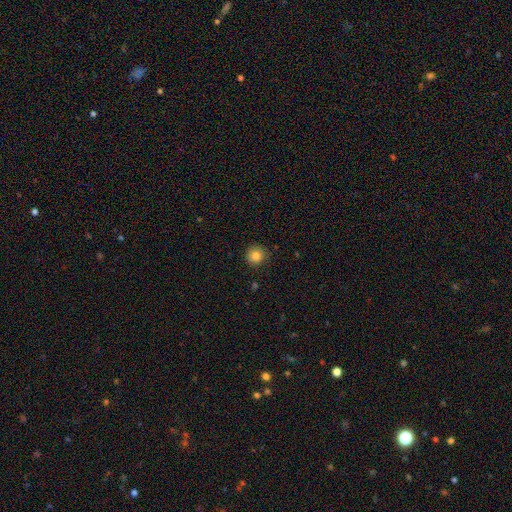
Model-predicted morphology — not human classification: Q: Smooth or featured?
A: smooth (83%); runner-up: star or artifact (11%)
Q: How rounded?
A: round (94%); runner-up: in between (5%)
Q: Merging?
A: none (87%); runner-up: minor disturbance (10%)